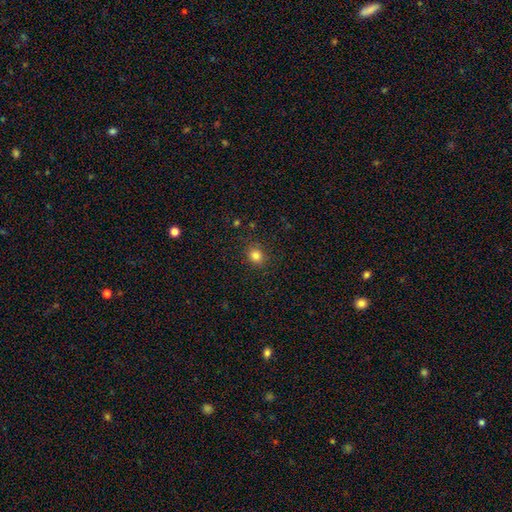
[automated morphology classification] This is clearly a smooth galaxy (82%). How rounded: likely round (74%). Merging: clearly none (87%).